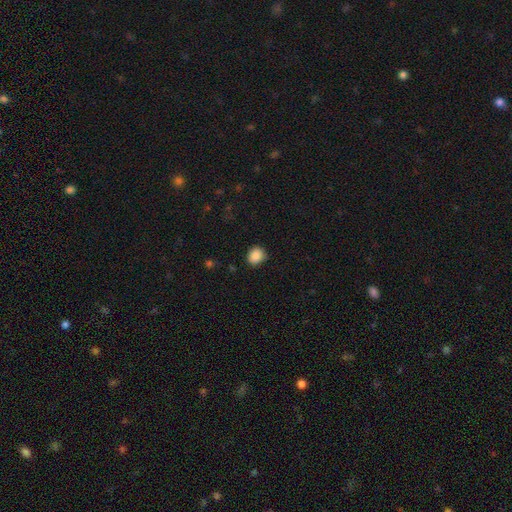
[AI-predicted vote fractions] Q: Smooth or featured?
A: smooth (88%); runner-up: star or artifact (9%)
Q: How rounded?
A: round (67%); runner-up: in between (32%)
Q: Merging?
A: none (83%); runner-up: minor disturbance (14%)